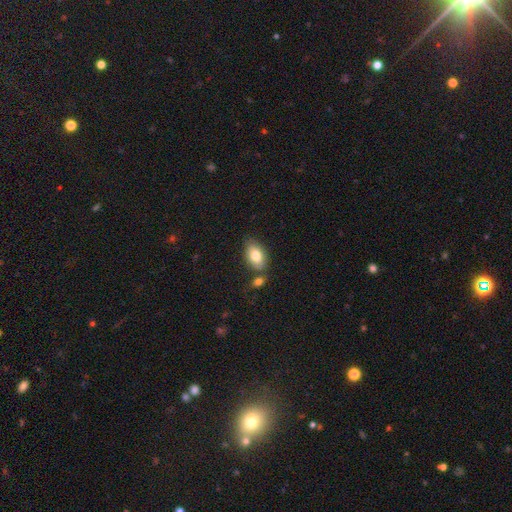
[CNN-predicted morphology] Smooth or featured?
  - smooth: 80% *
  - featured or disk: 13%
  - star or artifact: 7%
How rounded?
  - in between: 91% *
  - round: 7%
  - cigar-shaped: 2%
Merging?
  - none: 67% *
  - minor disturbance: 15%
  - merger: 14%
  - major disturbance: 4%